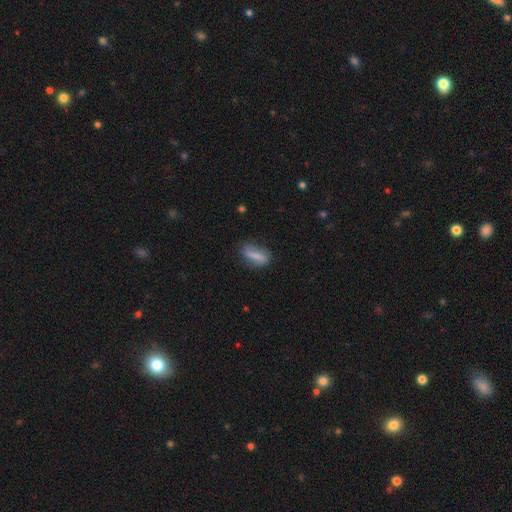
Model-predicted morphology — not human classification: The model was most divided on "how rounded": in between: 66%, cigar-shaped: 29%, round: 5%. More confident: merging — none (68%); smooth or featured — smooth (67%).